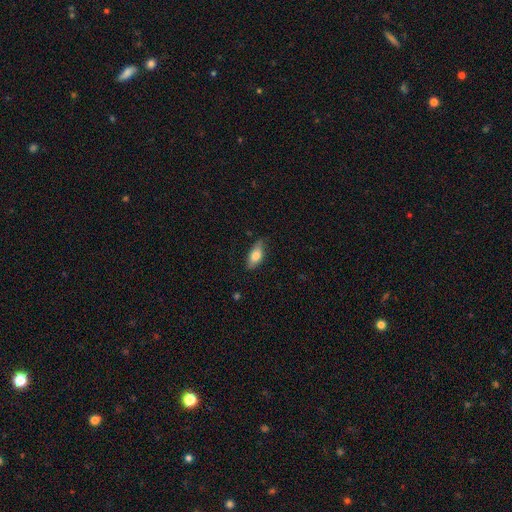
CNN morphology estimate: Smooth or featured? Predicted: smooth (p=0.75). How rounded? Predicted: in between (p=0.85). Merging? Predicted: none (p=0.74).